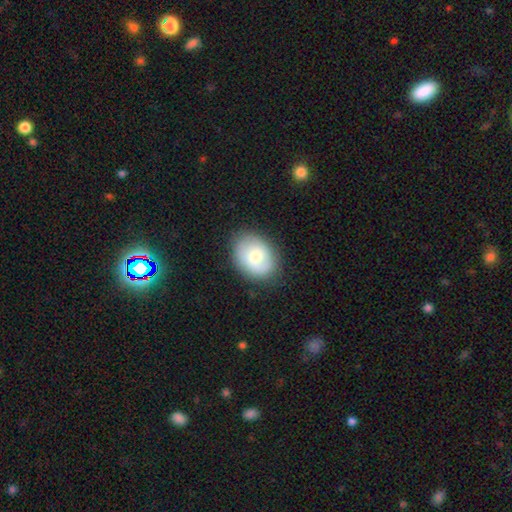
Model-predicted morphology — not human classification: A smooth galaxy with no disk features (65%) that is in between round and cigar-shaped (65%). Merging: none (81%).